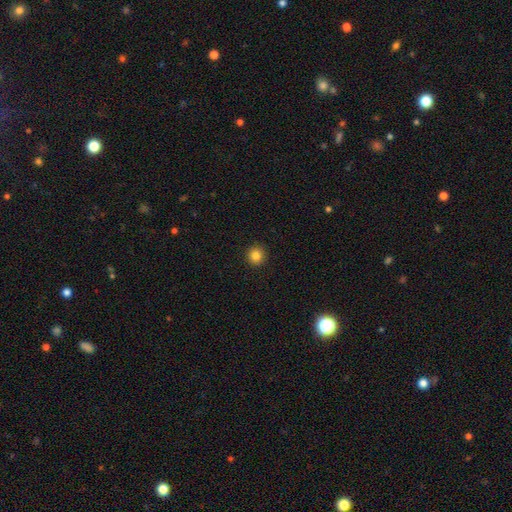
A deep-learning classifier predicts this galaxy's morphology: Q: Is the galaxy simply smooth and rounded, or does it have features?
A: smooth — 84%.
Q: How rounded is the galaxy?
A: round — 94%.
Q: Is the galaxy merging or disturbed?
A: none — 93%.